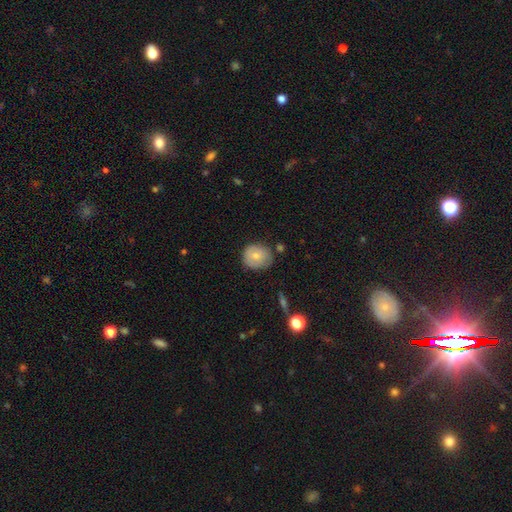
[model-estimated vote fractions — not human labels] A smooth galaxy with no disk features (71%) that is round (78%).

Vote fractions:
- Smooth or featured? smooth: 71% / featured or disk: 22% / star or artifact: 8%
- How rounded? round: 78% / in between: 21% / cigar-shaped: 1%
- Merging? none: 71% / minor disturbance: 22% / major disturbance: 4% / merger: 3%